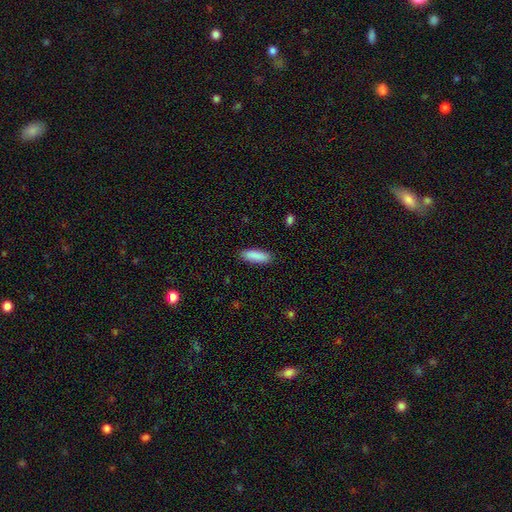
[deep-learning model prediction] smooth 89%, star or artifact 6%, featured or disk 5%. Down the decision tree: how rounded — in between (56%); merging — none (88%).